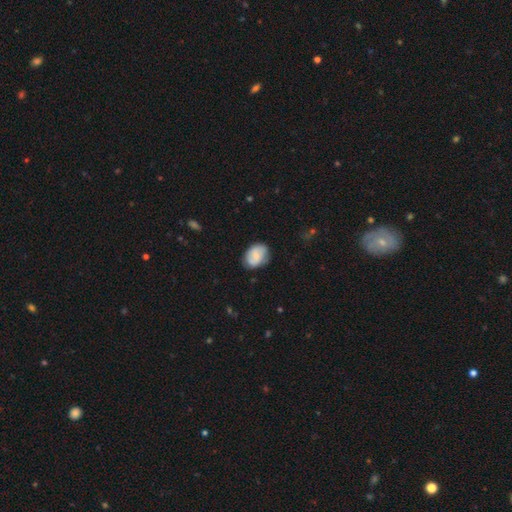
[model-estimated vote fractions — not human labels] Morphology: type=smooth (60%); roundness=in between (70%); merging=none (74%).